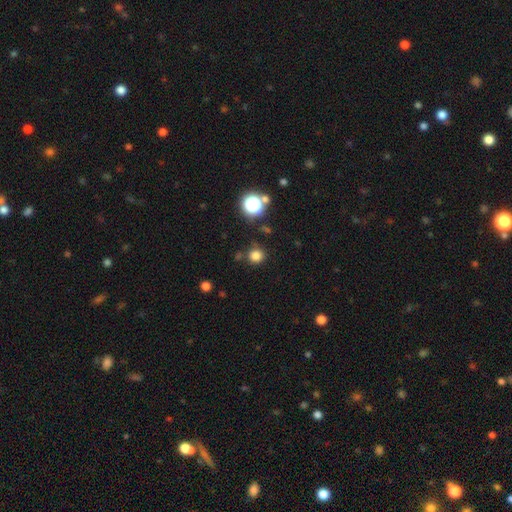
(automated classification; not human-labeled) Morphology: type=smooth (79%); roundness=round (92%); merging=none (83%).